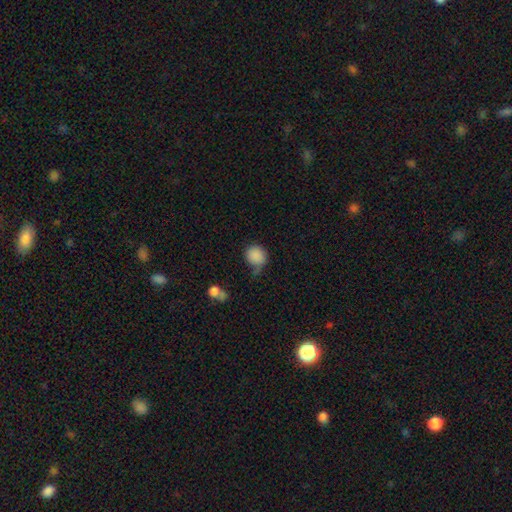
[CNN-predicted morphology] A smooth galaxy with no disk features (86%) that is round (80%).

Vote fractions:
- Smooth or featured? smooth: 86% / star or artifact: 9% / featured or disk: 5%
- How rounded? round: 80% / in between: 19% / cigar-shaped: 1%
- Merging? none: 53% / minor disturbance: 28% / major disturbance: 13% / merger: 7%